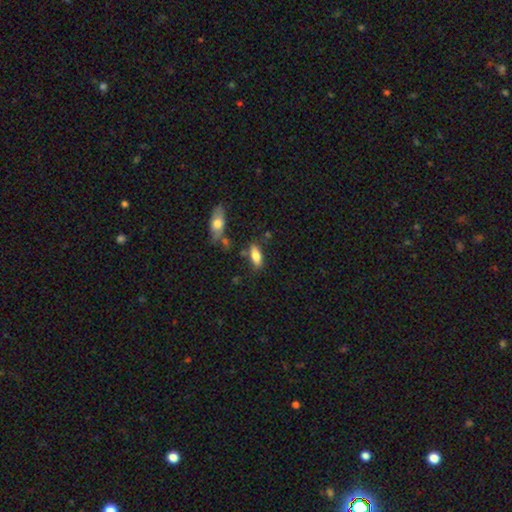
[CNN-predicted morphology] smooth_or_featured: smooth (p=0.76) [alt: featured or disk p=0.17]
how_rounded: in between (p=0.76) [alt: cigar-shaped p=0.22]
merging: none (p=0.72) [alt: minor disturbance p=0.16]